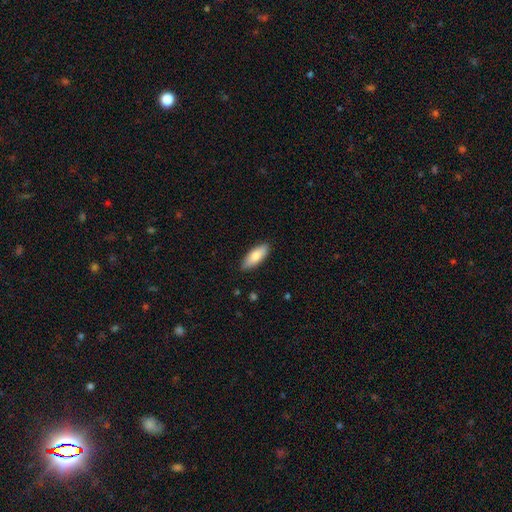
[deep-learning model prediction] smooth 81%, featured or disk 13%, star or artifact 6%. Down the decision tree: how rounded — in between (76%); merging — none (87%).